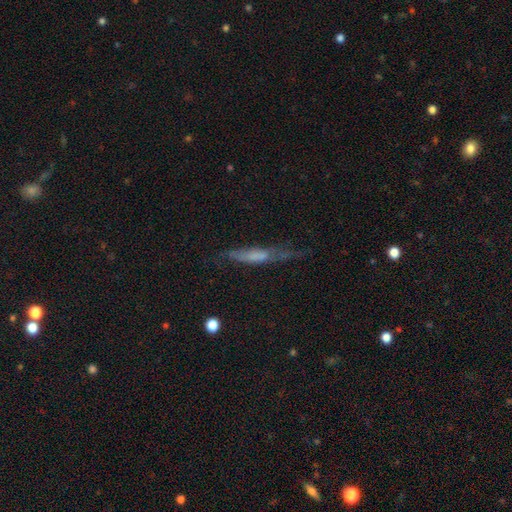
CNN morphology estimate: This appears to be a featured or disk galaxy (47%). Merging: none (47%).